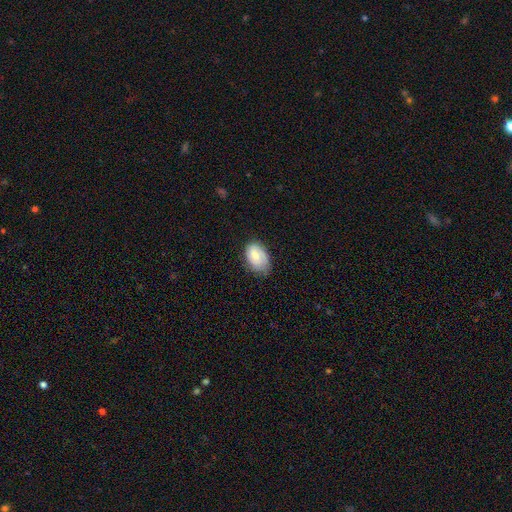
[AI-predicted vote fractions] Smooth or featured: smooth — 72% (featured or disk — 21%)
How rounded: in between — 90% (round — 9%)
Merging: none — 62% (minor disturbance — 31%)